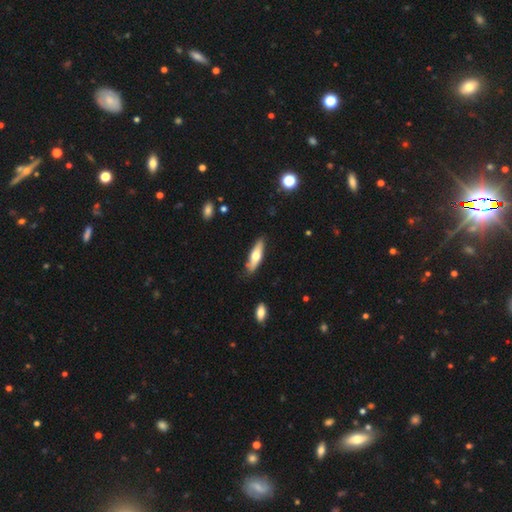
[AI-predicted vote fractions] Q: Smooth or featured?
A: smooth (58%); runner-up: featured or disk (36%)
Q: How rounded?
A: cigar-shaped (57%); runner-up: in between (41%)
Q: Merging?
A: none (82%); runner-up: minor disturbance (14%)